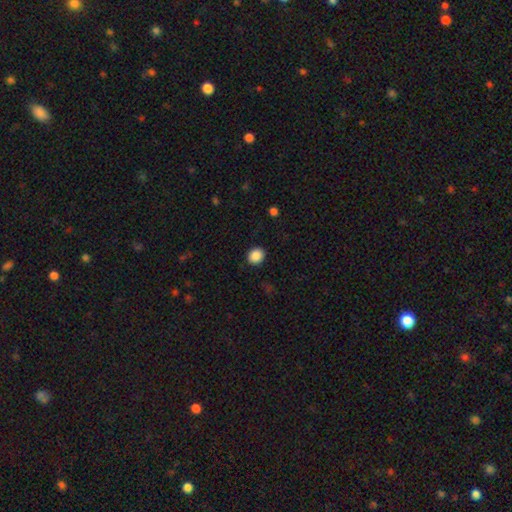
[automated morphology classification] smooth-or-featured: smooth: 88% | star or artifact: 9% | featured or disk: 3%
  how-rounded: round: 75% | in between: 24% | cigar-shaped: 1%
  merging: none: 90% | minor disturbance: 6% | major disturbance: 2% | merger: 1%